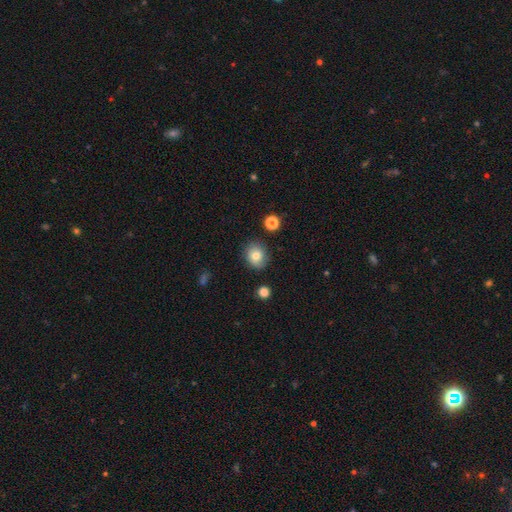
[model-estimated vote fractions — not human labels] The model was most divided on "how rounded": round: 72%, in between: 27%, cigar-shaped: 1%. More confident: merging — none (83%); smooth or featured — smooth (77%).